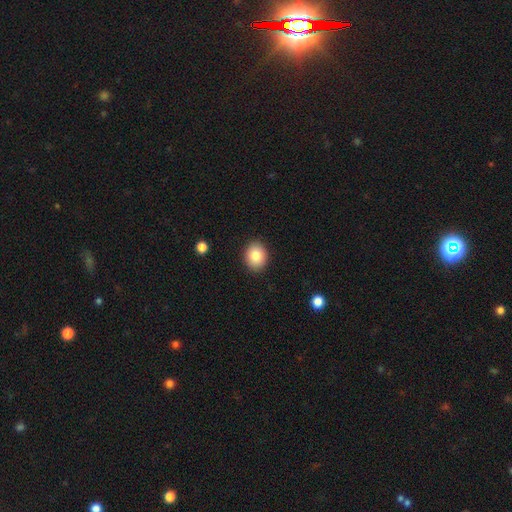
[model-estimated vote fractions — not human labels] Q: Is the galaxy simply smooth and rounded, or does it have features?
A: smooth — 85%.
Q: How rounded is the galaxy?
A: round — 59%.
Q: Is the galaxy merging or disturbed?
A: none — 90%.